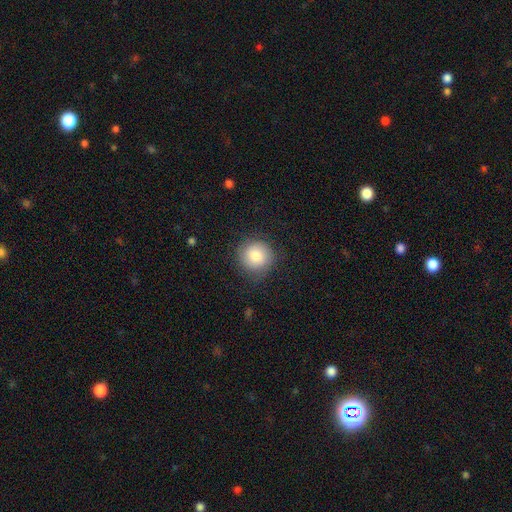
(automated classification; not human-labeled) Morphology: type=smooth (81%); roundness=round (91%); merging=none (81%).